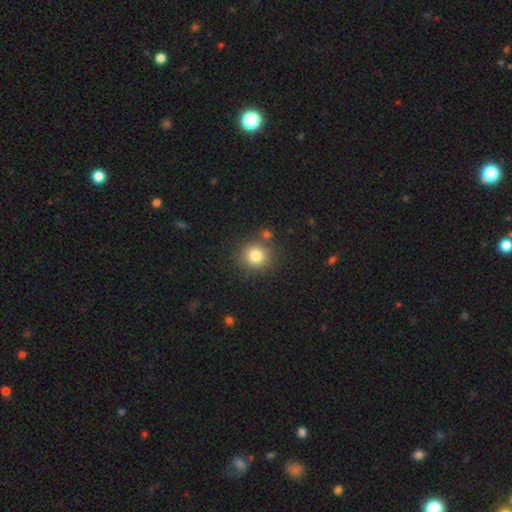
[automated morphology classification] type=smooth (81%); roundness=round (88%); merging=none (81%).